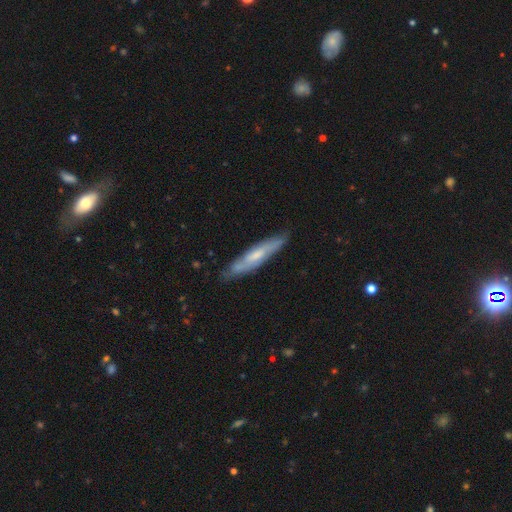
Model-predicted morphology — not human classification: The model was most divided on "smooth or featured": featured or disk: 51%, smooth: 43%, star or artifact: 6%. More confident: merging — none (78%); edge-on disk — yes (66%).